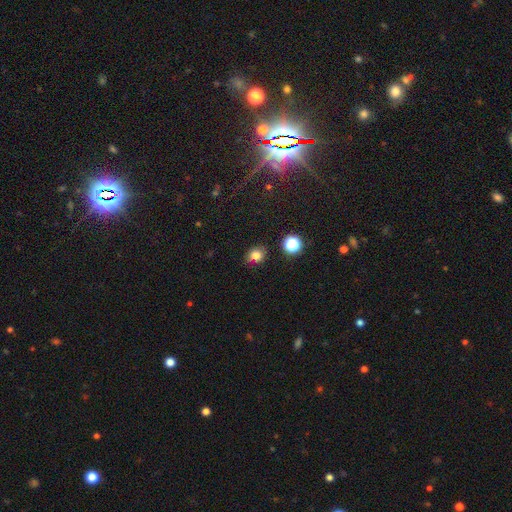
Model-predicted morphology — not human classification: A smooth galaxy with no disk features (77%) that is round (61%).

Vote fractions:
- Smooth or featured? smooth: 77% / star or artifact: 16% / featured or disk: 8%
- How rounded? round: 61% / in between: 38% / cigar-shaped: 1%
- Merging? none: 75% / minor disturbance: 17% / merger: 4% / major disturbance: 4%